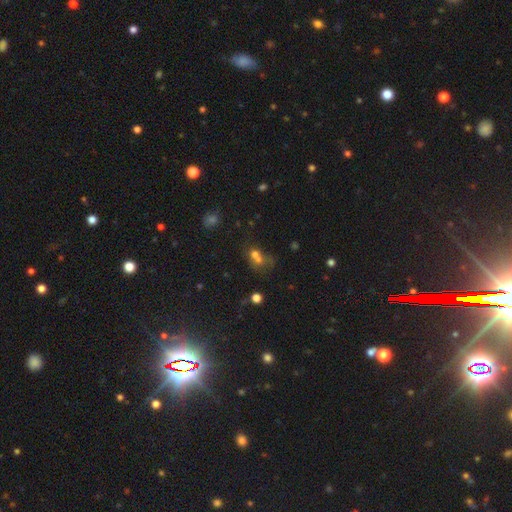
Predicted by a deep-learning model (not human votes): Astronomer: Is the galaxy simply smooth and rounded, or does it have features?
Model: smooth — 62%.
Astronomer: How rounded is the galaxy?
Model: round — 59% (runner-up: in between, 39%).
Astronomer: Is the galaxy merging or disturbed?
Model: merger — 62%.